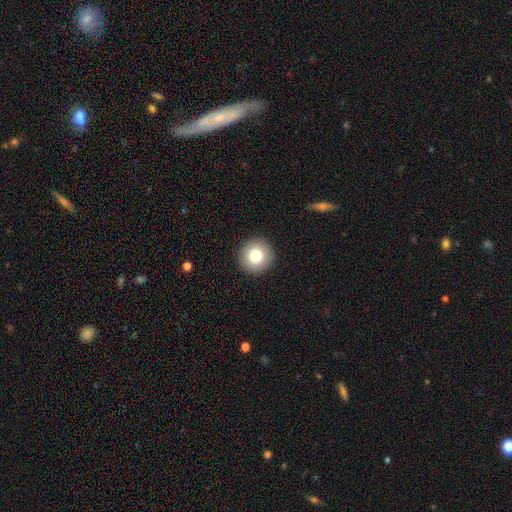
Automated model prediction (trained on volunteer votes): Overall: smooth (82%). How rounded: round (94%). Merging: none (92%).